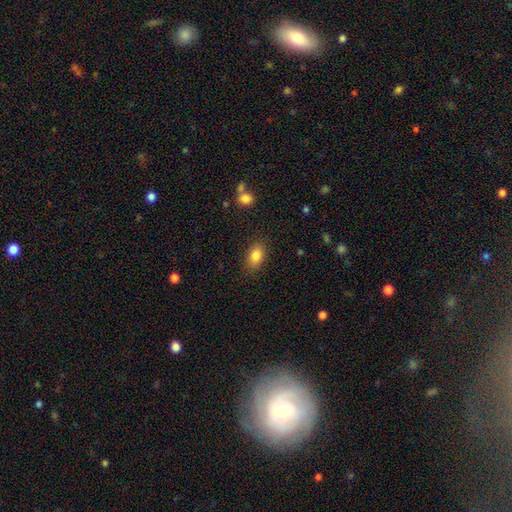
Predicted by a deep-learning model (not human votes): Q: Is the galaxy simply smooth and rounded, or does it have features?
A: smooth — 85%.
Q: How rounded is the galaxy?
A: in between — 88%.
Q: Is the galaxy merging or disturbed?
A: none — 84%.